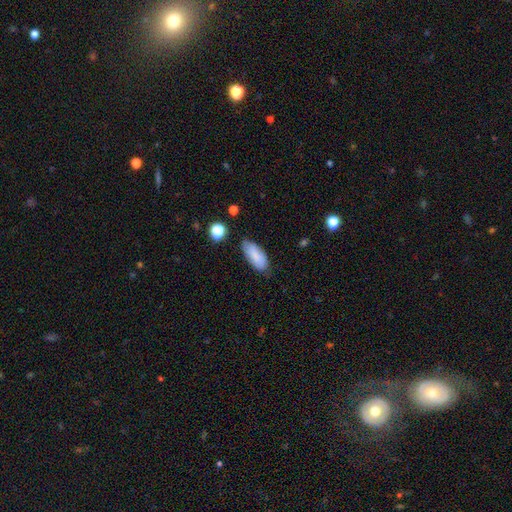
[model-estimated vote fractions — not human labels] A smooth galaxy with no disk features (82%) that is in between round and cigar-shaped (87%).

Vote fractions:
- Smooth or featured? smooth: 82% / featured or disk: 11% / star or artifact: 7%
- How rounded? in between: 87% / cigar-shaped: 11% / round: 2%
- Merging? none: 72% / minor disturbance: 22% / major disturbance: 4% / merger: 2%